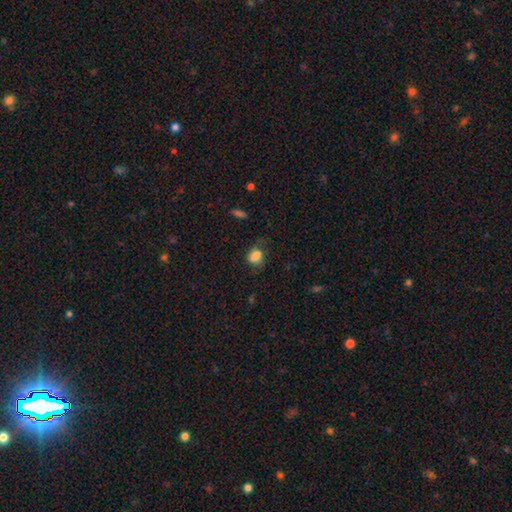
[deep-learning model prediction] This appears to be a smooth galaxy with no disk features (77%) that is in between round and cigar-shaped (68%). Merging: none (40%).